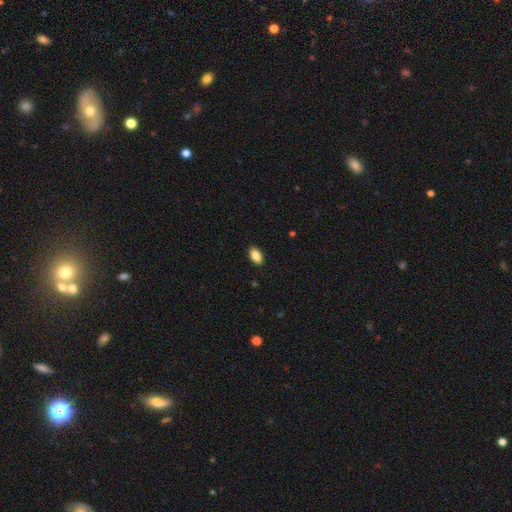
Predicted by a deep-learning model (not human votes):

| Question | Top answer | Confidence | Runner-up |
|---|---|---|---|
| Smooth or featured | smooth | 87% | star or artifact (8%) |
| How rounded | in between | 92% | round (5%) |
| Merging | none | 89% | minor disturbance (8%) |